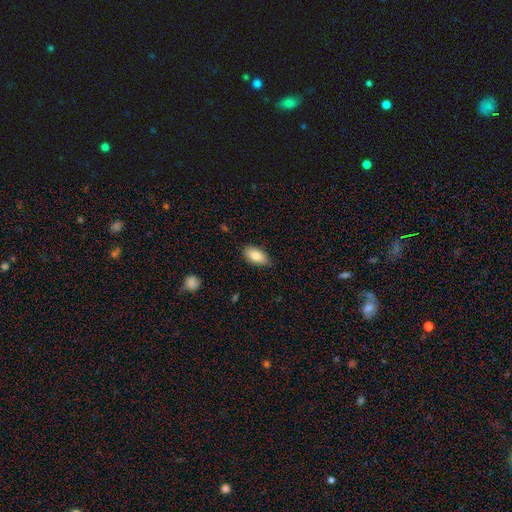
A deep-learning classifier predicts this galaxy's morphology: A smooth galaxy with no disk features (85%) that is in between round and cigar-shaped (92%). Merging: none (83%).